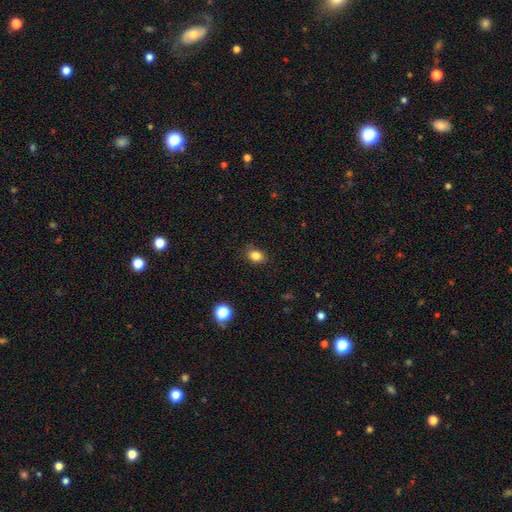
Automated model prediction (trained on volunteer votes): smooth_or_featured: smooth (p=0.84) [alt: star or artifact p=0.11]
how_rounded: in between (p=0.62) [alt: round p=0.36]
merging: none (p=0.83) [alt: minor disturbance p=0.13]